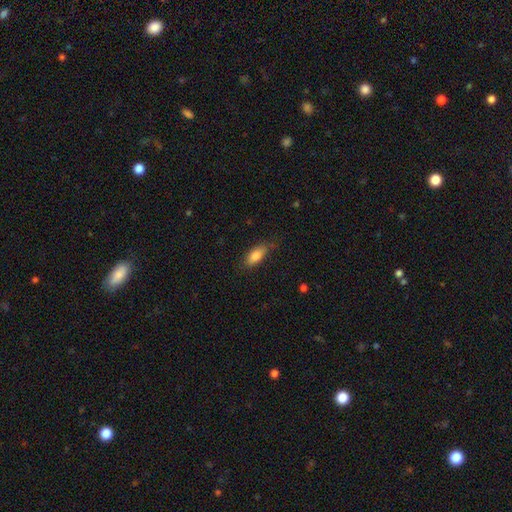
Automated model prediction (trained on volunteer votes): This is clearly a smooth galaxy (83%). How rounded: likely in between (79%). Merging: likely none (74%).